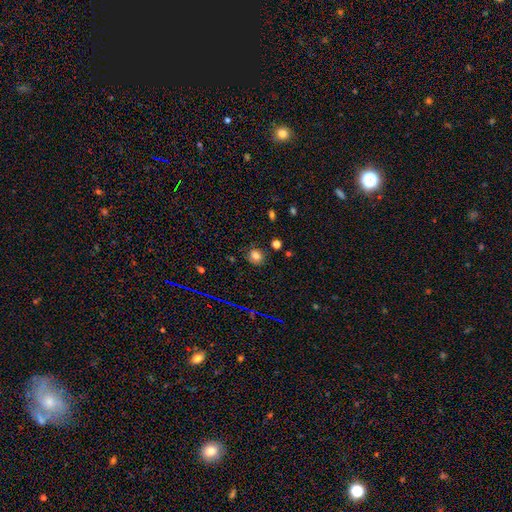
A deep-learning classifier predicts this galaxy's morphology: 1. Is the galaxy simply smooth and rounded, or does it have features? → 76% smooth, 16% star or artifact, 9% featured or disk.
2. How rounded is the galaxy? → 79% round, 20% in between, 1% cigar-shaped.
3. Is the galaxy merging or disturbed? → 83% none, 12% minor disturbance, 3% major disturbance, 3% merger.